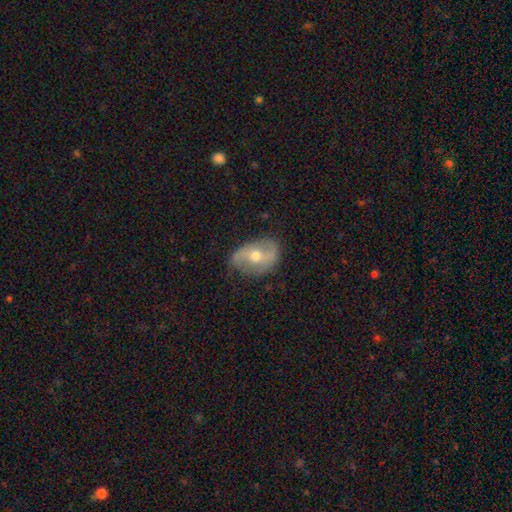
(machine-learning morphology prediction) This is likely a featured or disk galaxy (70%). It is clearly not viewed edge-on (94%). Bar: marginally no (36%, tied with weak). Spiral arm pattern: likely yes (78%). Spiral arm count: clearly 2 (87%). Spiral winding: possibly loose (56%). Central bulge: likely moderate (67%). Merging: likely none (73%).